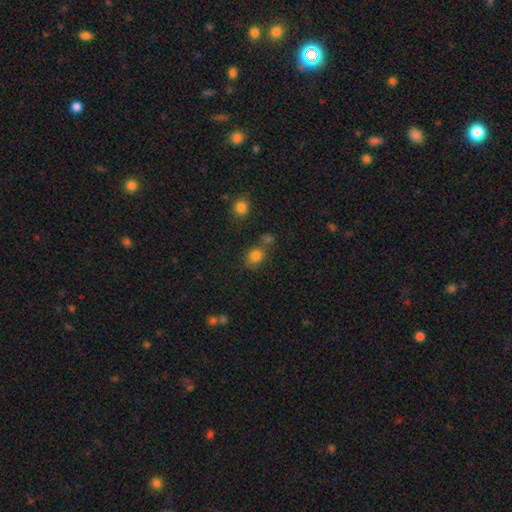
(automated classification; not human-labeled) Smooth or featured? Predicted: smooth (p=0.81). How rounded? Predicted: round (p=0.73). Merging? Predicted: none (p=0.63).